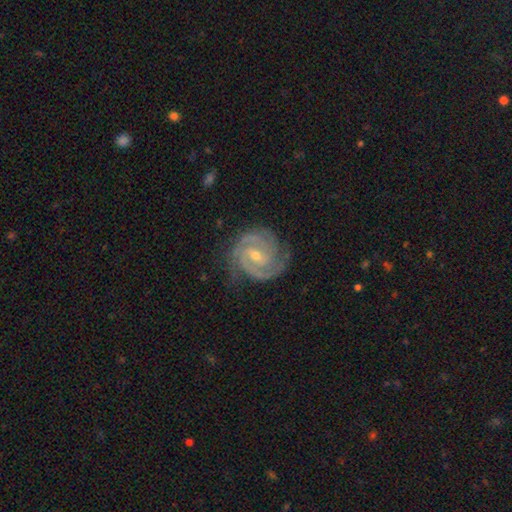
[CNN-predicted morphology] Q: Smooth or featured?
A: featured or disk (92%); runner-up: star or artifact (4%)
Q: Edge-on disk?
A: no (98%); runner-up: yes (2%)
Q: Bar?
A: weak (47%); runner-up: no (37%)
Q: Spiral arms?
A: yes (99%); runner-up: no (1%)
Q: Spiral winding?
A: tight (70%); runner-up: medium (27%)
Q: Spiral arm count?
A: 2 (43%); runner-up: 3 (36%)
Q: Bulge size?
A: small (51%); runner-up: moderate (46%)
Q: Merging?
A: none (78%); runner-up: minor disturbance (16%)